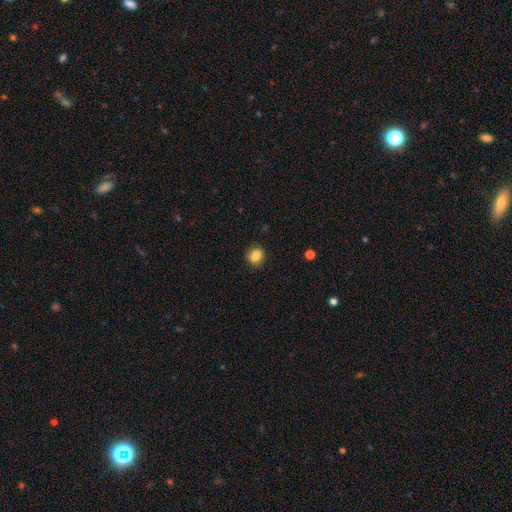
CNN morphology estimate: Smooth or featured?
  - smooth: 86% *
  - star or artifact: 9%
  - featured or disk: 5%
How rounded?
  - round: 57% *
  - in between: 42%
  - cigar-shaped: 1%
Merging?
  - none: 86% *
  - minor disturbance: 10%
  - major disturbance: 3%
  - merger: 1%